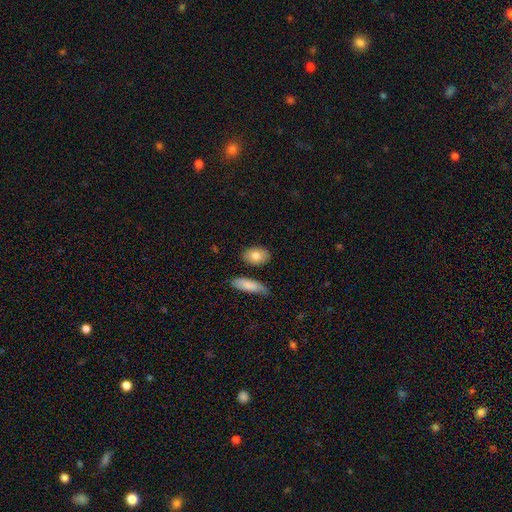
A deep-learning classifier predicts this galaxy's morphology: Smooth or featured: smooth — 79% (featured or disk — 14%)
How rounded: in between — 83% (round — 13%)
Merging: none — 79% (minor disturbance — 13%)